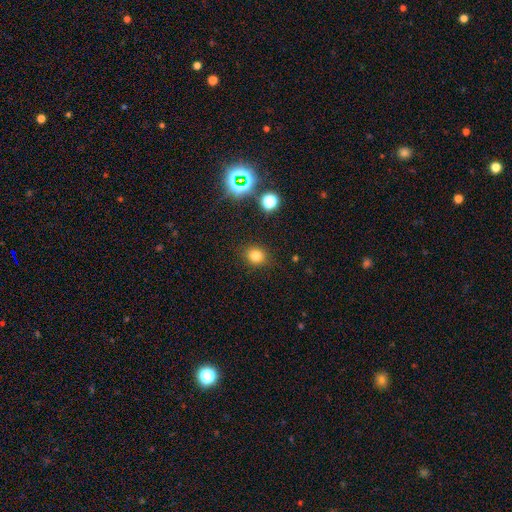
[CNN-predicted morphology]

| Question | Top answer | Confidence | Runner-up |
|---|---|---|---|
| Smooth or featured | smooth | 77% | star or artifact (16%) |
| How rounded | round | 73% | in between (26%) |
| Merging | none | 88% | minor disturbance (8%) |